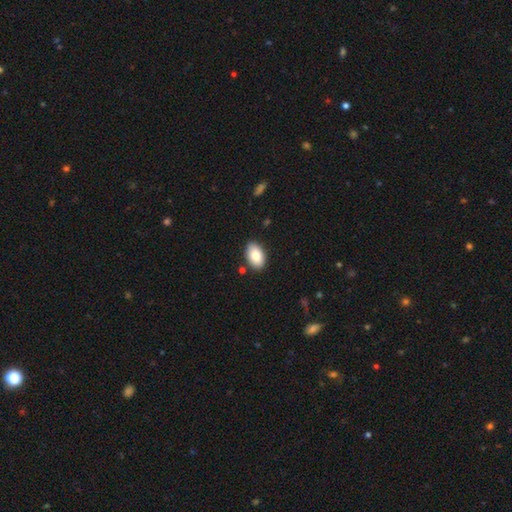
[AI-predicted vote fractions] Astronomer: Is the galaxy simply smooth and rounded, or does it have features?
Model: smooth — 84%.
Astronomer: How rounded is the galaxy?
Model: in between — 93%.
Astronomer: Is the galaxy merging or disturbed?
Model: none — 86%.